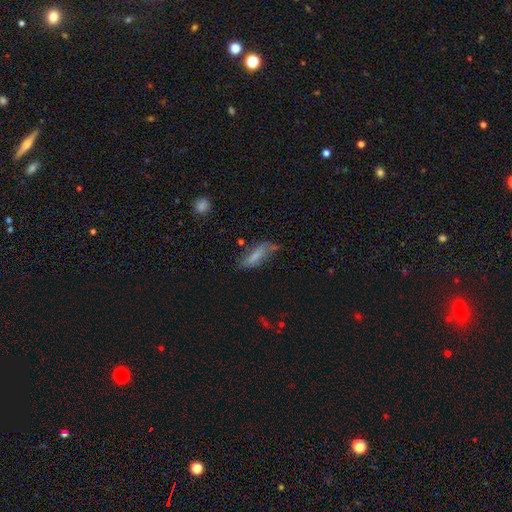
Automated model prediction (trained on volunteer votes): Smooth or featured? smooth (62%)
How rounded? in between (55%)
Merging? none (52%)